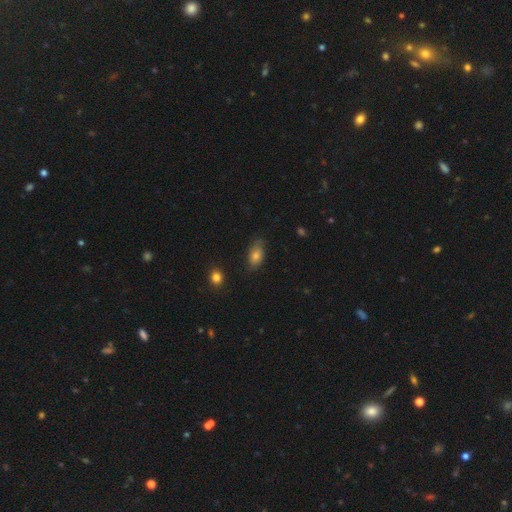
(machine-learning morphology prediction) Smooth or featured? smooth (60%)
How rounded? in between (89%)
Merging? none (69%)